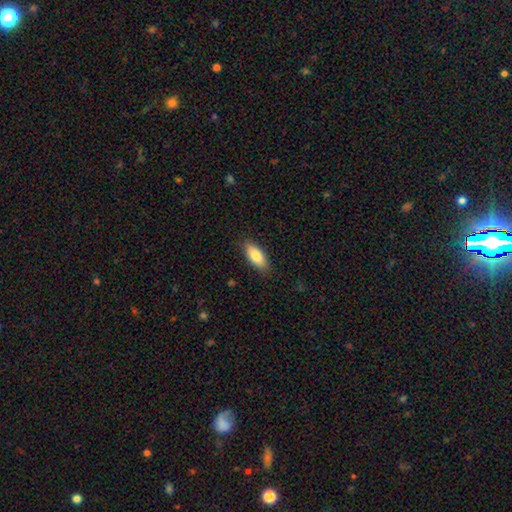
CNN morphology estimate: smooth 81%, featured or disk 13%, star or artifact 6%. Down the decision tree: how rounded — in between (81%); merging — none (86%).